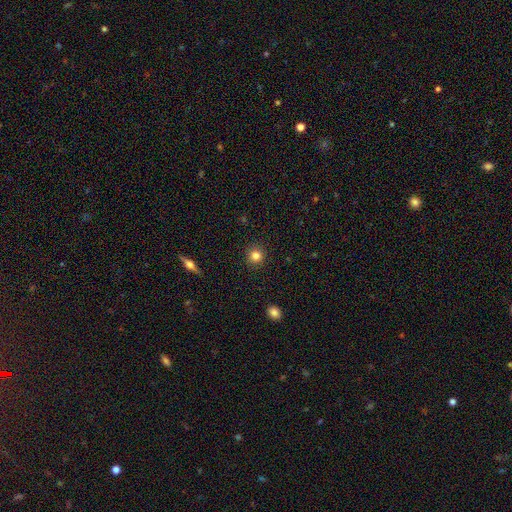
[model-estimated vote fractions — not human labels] smooth-or-featured: smooth: 82% | star or artifact: 11% | featured or disk: 7%
  how-rounded: round: 93% | in between: 6% | cigar-shaped: 1%
  merging: none: 91% | minor disturbance: 6% | major disturbance: 2% | merger: 1%